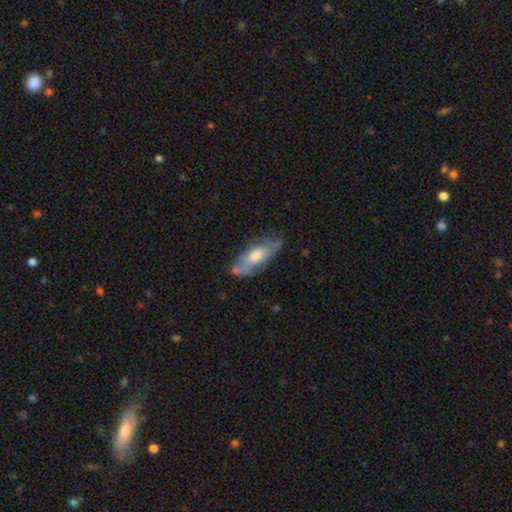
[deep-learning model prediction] The model was most divided on "smooth or featured": featured or disk: 51%, smooth: 43%, star or artifact: 6%. More confident: edge-on disk — no (71%); merging — none (59%).